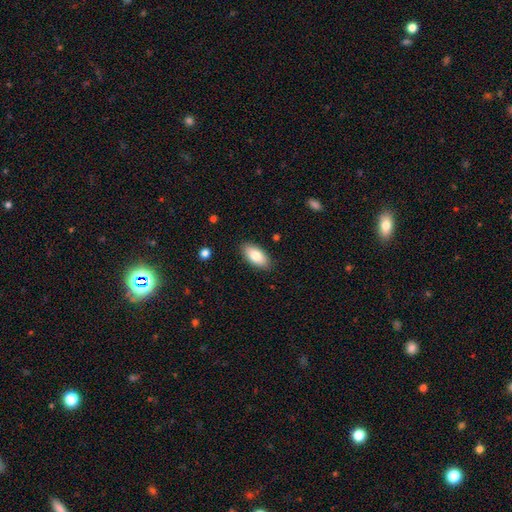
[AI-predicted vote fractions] A smooth galaxy with no disk features (82%) that is in between round and cigar-shaped (92%). Merging: none (88%).